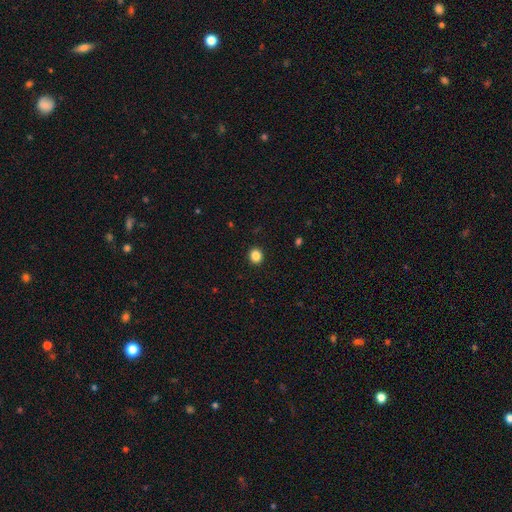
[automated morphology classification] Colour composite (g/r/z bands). It shows a smooth galaxy with no disk features (85%) that is round (87%). Merging: none (93%).